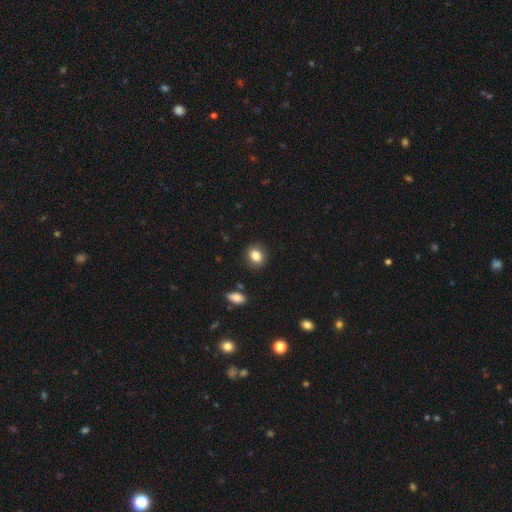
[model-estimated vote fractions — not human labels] smooth-or-featured: smooth: 84% | star or artifact: 9% | featured or disk: 7%
  how-rounded: round: 57% | in between: 42% | cigar-shaped: 1%
  merging: none: 88% | minor disturbance: 8% | major disturbance: 2% | merger: 2%